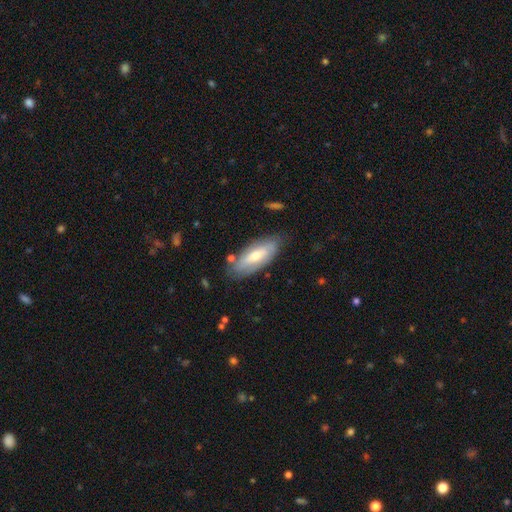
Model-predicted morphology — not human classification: This is possibly a smooth galaxy (50%). Merging: likely none (77%).